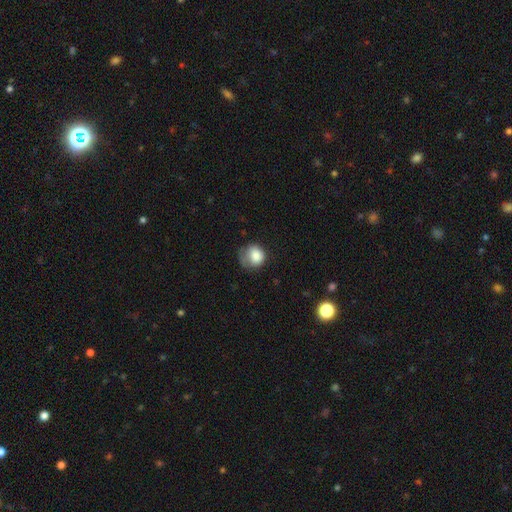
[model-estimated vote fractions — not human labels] A smooth galaxy with no disk features (81%) that is round (72%). Merging: none (37%).